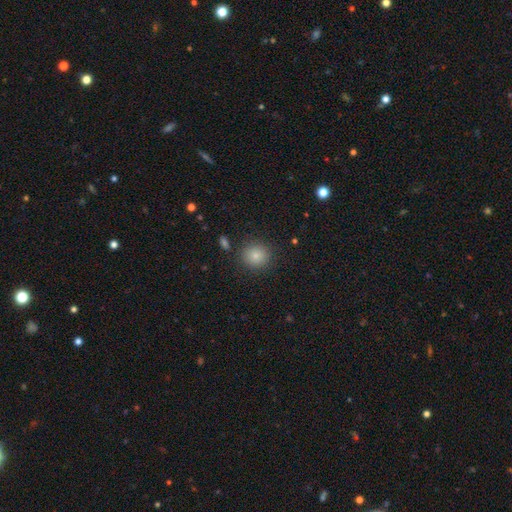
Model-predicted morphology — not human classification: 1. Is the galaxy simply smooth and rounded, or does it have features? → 83% smooth, 11% star or artifact, 7% featured or disk.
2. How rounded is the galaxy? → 90% round, 9% in between, 1% cigar-shaped.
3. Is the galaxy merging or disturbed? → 86% none, 8% minor disturbance, 3% major disturbance, 2% merger.